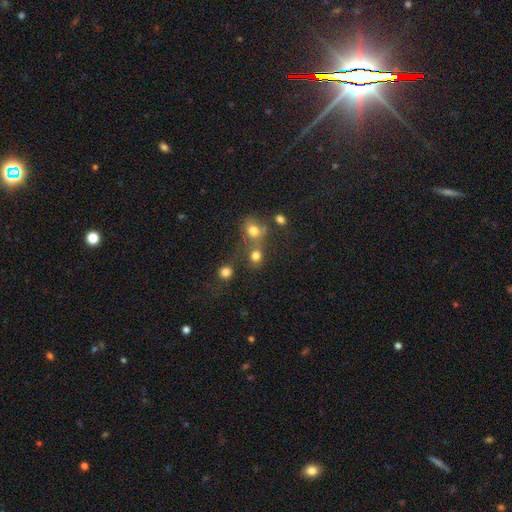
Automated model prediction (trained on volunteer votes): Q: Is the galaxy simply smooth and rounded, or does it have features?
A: smooth — 75%.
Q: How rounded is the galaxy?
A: round — 74%.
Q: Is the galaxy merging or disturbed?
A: none — 48%.